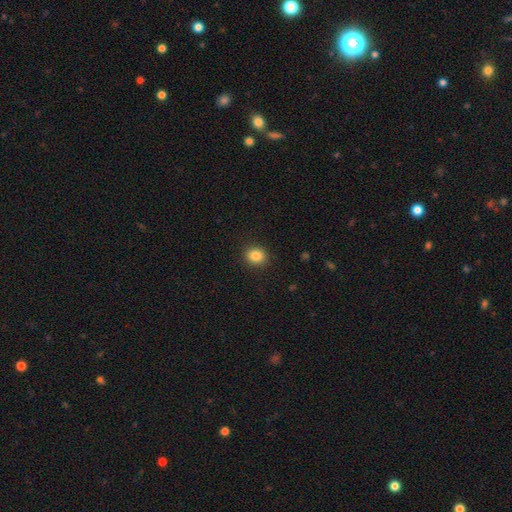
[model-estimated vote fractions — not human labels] Smooth or featured?
  - smooth: 85% *
  - star or artifact: 10%
  - featured or disk: 5%
How rounded?
  - round: 72% *
  - in between: 28%
  - cigar-shaped: 1%
Merging?
  - none: 90% *
  - minor disturbance: 6%
  - major disturbance: 2%
  - merger: 1%